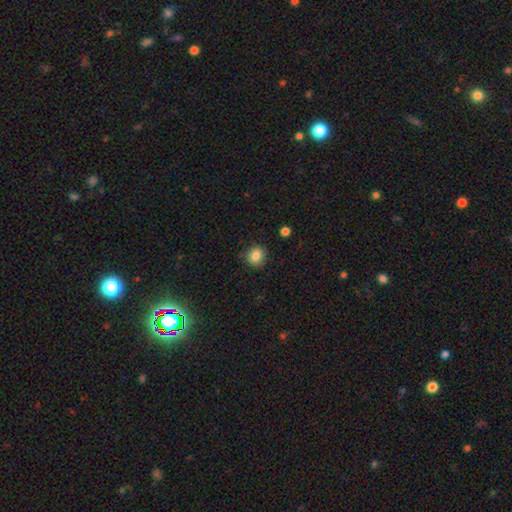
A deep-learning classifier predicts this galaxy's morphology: smooth-or-featured: smooth: 85% | star or artifact: 10% | featured or disk: 5%
  how-rounded: round: 81% | in between: 18% | cigar-shaped: 1%
  merging: none: 87% | minor disturbance: 10% | major disturbance: 2% | merger: 1%